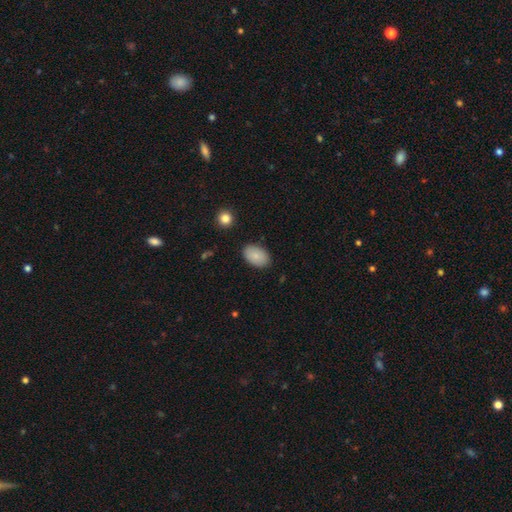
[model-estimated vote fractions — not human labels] Smooth or featured?
  - smooth: 85% *
  - featured or disk: 8%
  - star or artifact: 7%
How rounded?
  - in between: 91% *
  - round: 7%
  - cigar-shaped: 1%
Merging?
  - none: 86% *
  - minor disturbance: 10%
  - major disturbance: 2%
  - merger: 1%